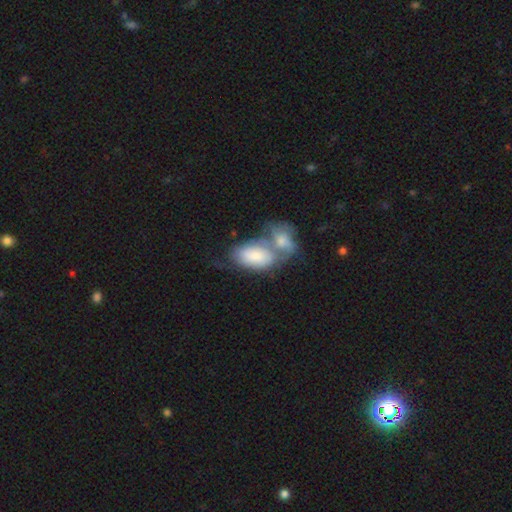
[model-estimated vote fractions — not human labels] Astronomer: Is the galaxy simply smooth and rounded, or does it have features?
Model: smooth — 69%.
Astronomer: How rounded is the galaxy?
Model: in between — 93%.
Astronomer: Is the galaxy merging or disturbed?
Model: merger — 63%.